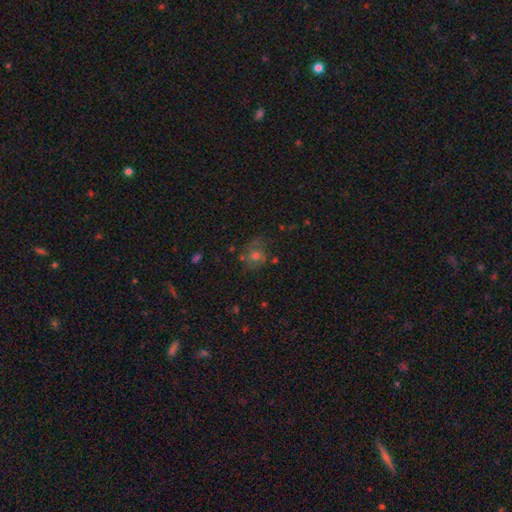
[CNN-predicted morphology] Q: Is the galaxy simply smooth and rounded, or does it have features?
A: smooth — 53%.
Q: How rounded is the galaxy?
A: round — 77%.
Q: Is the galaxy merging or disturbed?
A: none — 59%.